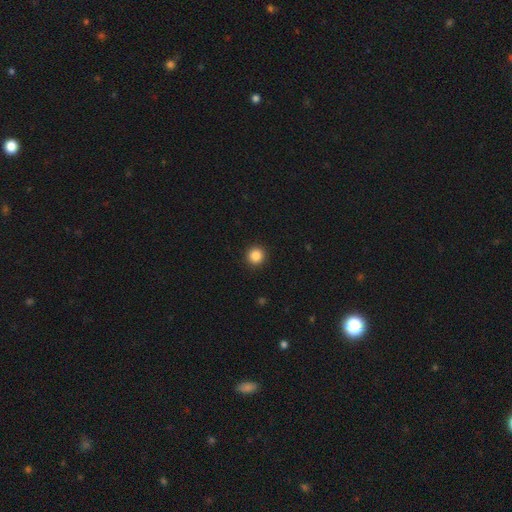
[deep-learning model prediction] This is clearly a smooth galaxy (86%). How rounded: clearly round (95%). Merging: clearly none (93%).